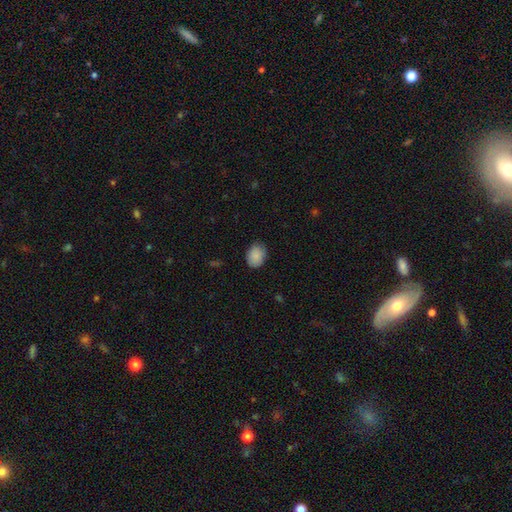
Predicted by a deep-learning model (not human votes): Q: Smooth or featured?
A: smooth (89%); runner-up: star or artifact (7%)
Q: How rounded?
A: in between (63%); runner-up: round (37%)
Q: Merging?
A: none (81%); runner-up: minor disturbance (15%)